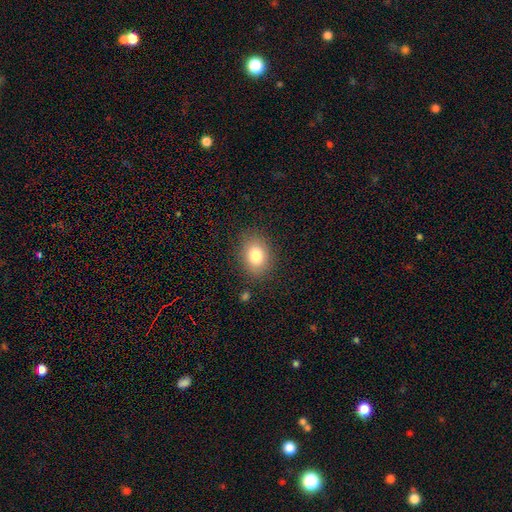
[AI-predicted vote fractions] A smooth galaxy with no disk features (81%) that is in between round and cigar-shaped (66%).

Vote fractions:
- Smooth or featured? smooth: 81% / featured or disk: 9% / star or artifact: 9%
- How rounded? in between: 66% / round: 33% / cigar-shaped: 1%
- Merging? none: 84% / minor disturbance: 11% / major disturbance: 3% / merger: 2%